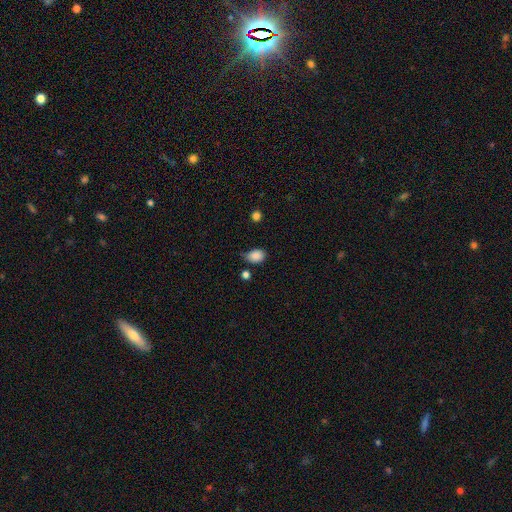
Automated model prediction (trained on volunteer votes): Overall: smooth (87%). How rounded: in between (74%). Merging: none (59%; minor disturbance 30%).